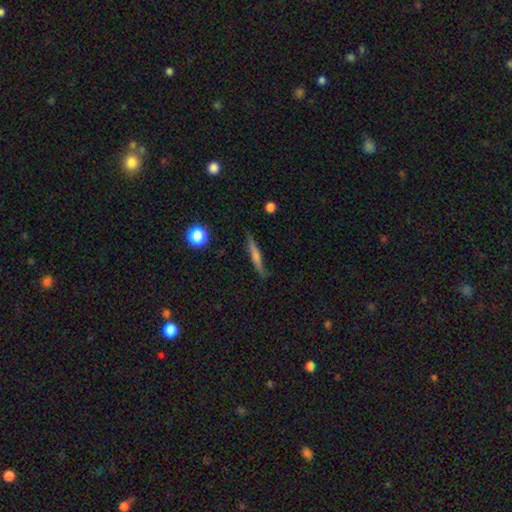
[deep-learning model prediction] A smooth galaxy with no disk features (50%). Merging: none (84%).